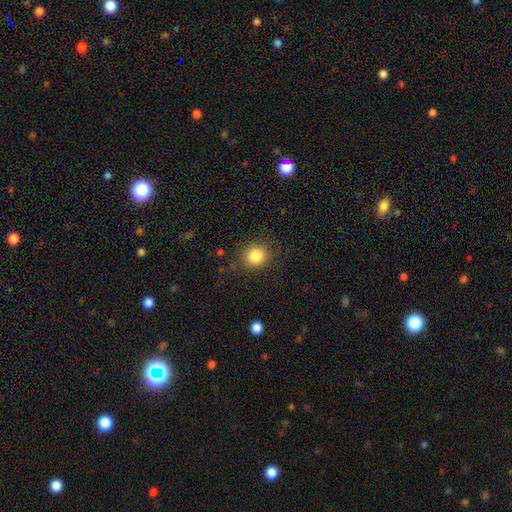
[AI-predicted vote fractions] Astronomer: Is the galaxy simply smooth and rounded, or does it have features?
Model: smooth — 84%.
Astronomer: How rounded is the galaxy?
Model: round — 89%.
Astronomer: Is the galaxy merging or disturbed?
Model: none — 87%.